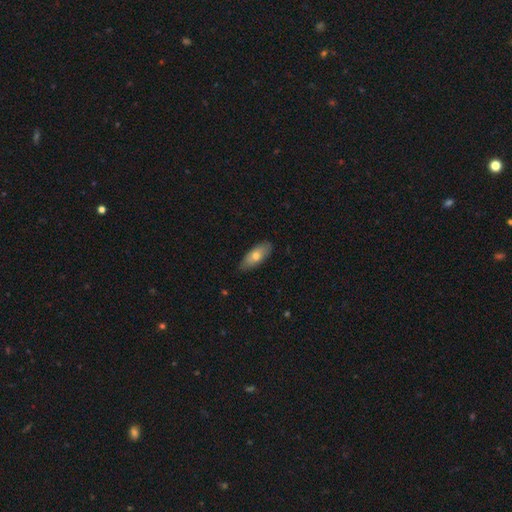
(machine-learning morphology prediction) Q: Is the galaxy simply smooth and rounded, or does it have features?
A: smooth — 71%.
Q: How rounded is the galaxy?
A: in between — 80%.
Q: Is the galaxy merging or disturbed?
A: none — 84%.